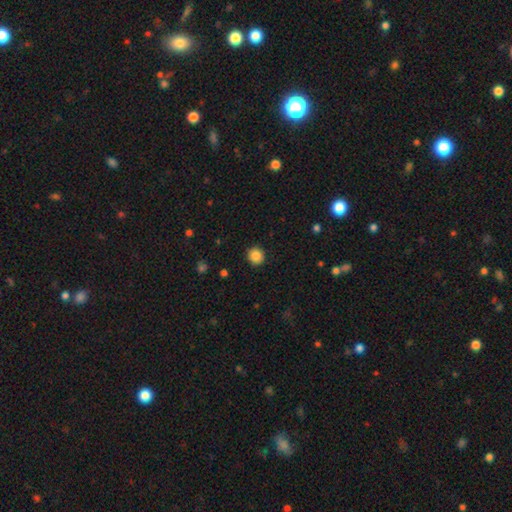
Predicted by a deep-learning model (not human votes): Smooth or featured? Predicted: smooth (p=0.86). How rounded? Predicted: round (p=0.92). Merging? Predicted: none (p=0.91).